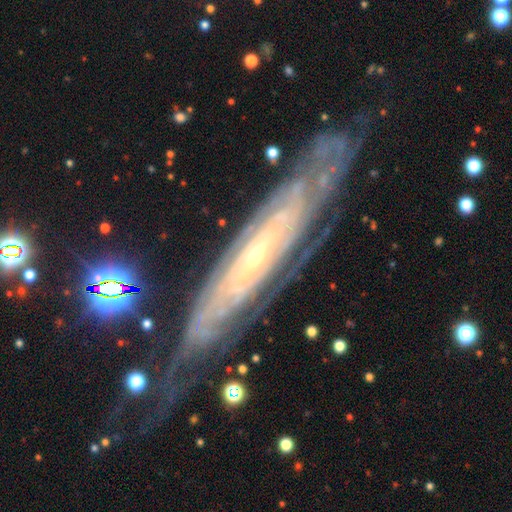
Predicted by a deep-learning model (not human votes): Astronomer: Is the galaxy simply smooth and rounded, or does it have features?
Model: featured or disk — 84%.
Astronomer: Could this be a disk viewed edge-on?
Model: no — 71%.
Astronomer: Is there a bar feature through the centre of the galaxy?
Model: no — 65%.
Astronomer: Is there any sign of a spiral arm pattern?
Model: yes — 93%.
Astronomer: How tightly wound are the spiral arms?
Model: tight — 78%.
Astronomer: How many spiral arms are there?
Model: can't tell — 58%.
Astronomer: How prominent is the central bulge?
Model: small — 82%.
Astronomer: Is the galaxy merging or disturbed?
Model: none — 72%.